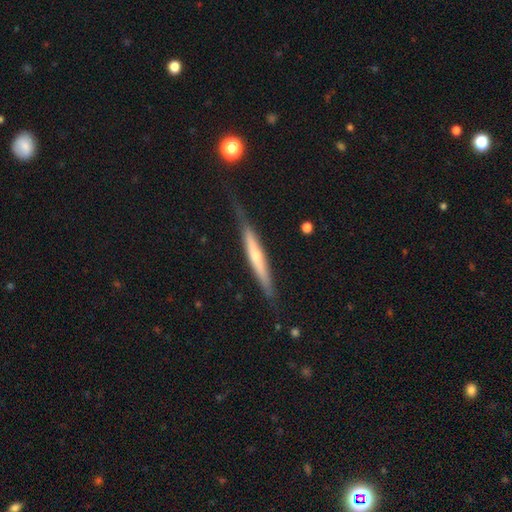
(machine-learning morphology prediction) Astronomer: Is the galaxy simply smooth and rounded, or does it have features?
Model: featured or disk — 59% (runner-up: smooth, 36%).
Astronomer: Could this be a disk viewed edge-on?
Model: yes — 94%.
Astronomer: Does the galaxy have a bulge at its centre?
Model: rounded — 59% (runner-up: none, 35%).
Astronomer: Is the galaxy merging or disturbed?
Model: none — 72%.